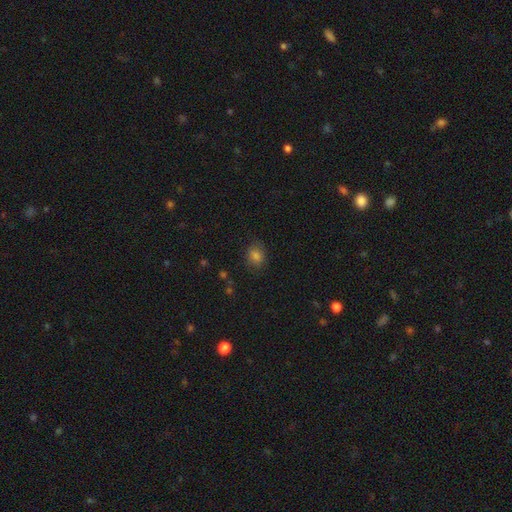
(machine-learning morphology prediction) Smooth or featured: smooth — 78% (star or artifact — 14%)
How rounded: round — 54% (in between — 45%)
Merging: none — 80% (minor disturbance — 14%)